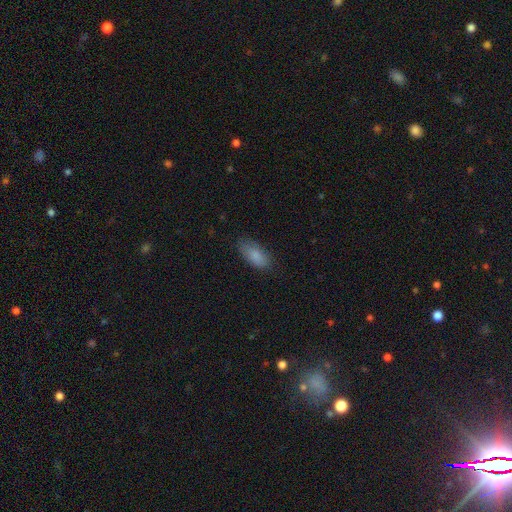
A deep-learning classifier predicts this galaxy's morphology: type=smooth (85%); roundness=in between (90%); merging=none (74%).